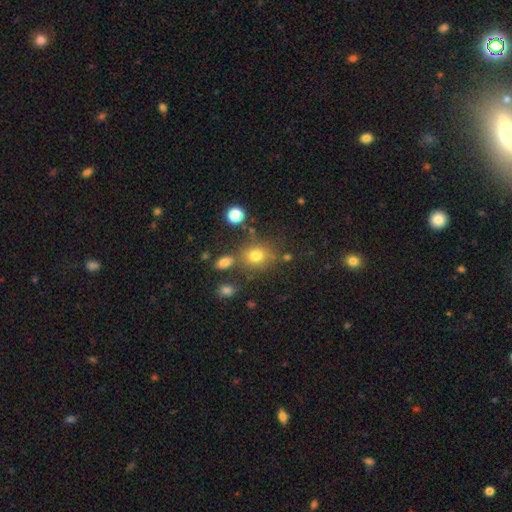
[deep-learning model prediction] Morphology: type=smooth (76%); roundness=round (71%); merging=none (70%).